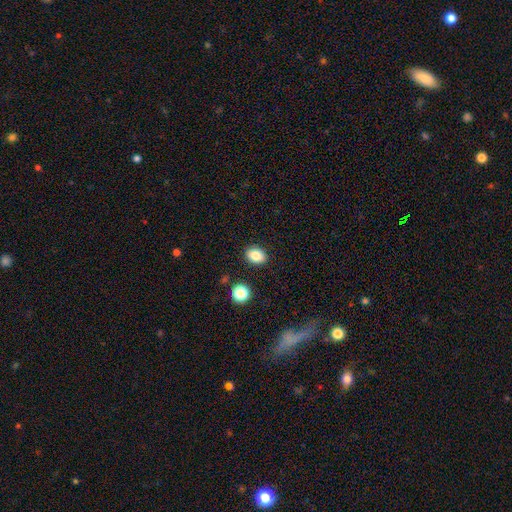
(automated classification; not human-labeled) smooth-or-featured: smooth: 85% | star or artifact: 9% | featured or disk: 6%
  how-rounded: in between: 65% | round: 33% | cigar-shaped: 1%
  merging: none: 88% | minor disturbance: 8% | merger: 2% | major disturbance: 2%